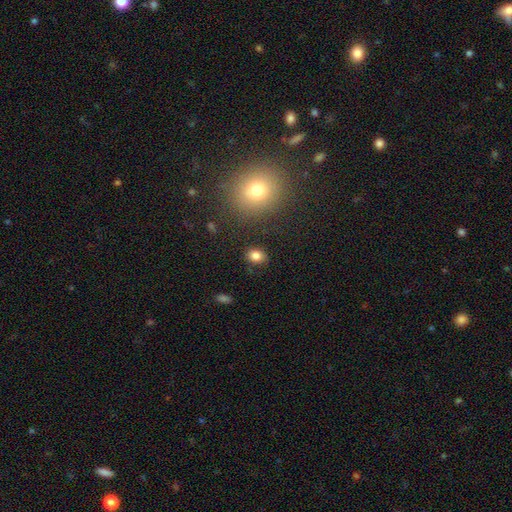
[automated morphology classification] Q: Smooth or featured?
A: smooth (83%); runner-up: star or artifact (11%)
Q: How rounded?
A: in between (53%); runner-up: round (46%)
Q: Merging?
A: none (85%); runner-up: minor disturbance (10%)